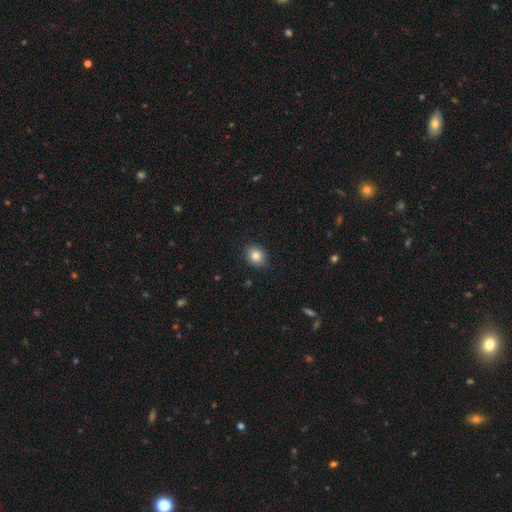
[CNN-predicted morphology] Q: Smooth or featured?
A: smooth (83%); runner-up: star or artifact (10%)
Q: How rounded?
A: round (61%); runner-up: in between (38%)
Q: Merging?
A: none (86%); runner-up: minor disturbance (11%)